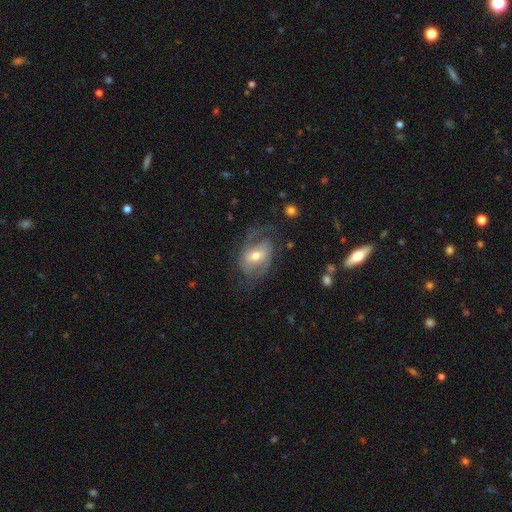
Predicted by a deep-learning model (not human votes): Smooth or featured?
  - featured or disk: 73% *
  - smooth: 20%
  - star or artifact: 6%
Edge-on disk?
  - no: 95% *
  - yes: 5%
Bar?
  - weak: 46% *
  - strong: 29%
  - no: 25%
Spiral arms?
  - yes: 83% *
  - no: 17%
Spiral winding?
  - medium: 46% *
  - loose: 29%
  - tight: 25%
Spiral arm count?
  - 2: 74% *
  - can't tell: 14%
  - 1: 6%
  - 3: 4%
  - 4: 1%
  - more than 4: 1%
Bulge size?
  - moderate: 66% *
  - small: 26%
  - large: 6%
  - none: 1%
  - dominant: 1%
Merging?
  - none: 59% *
  - minor disturbance: 20%
  - major disturbance: 20%
  - merger: 2%